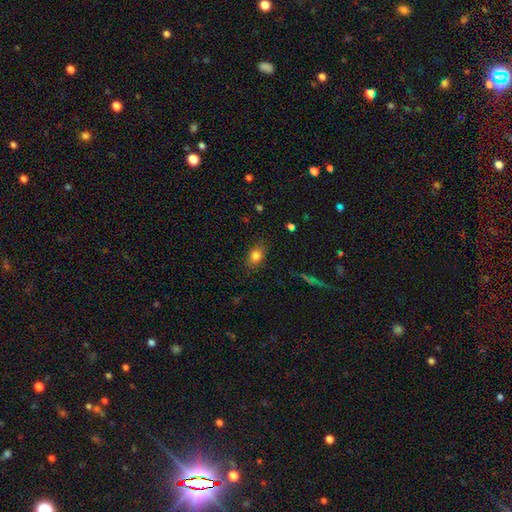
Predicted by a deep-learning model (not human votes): smooth 80%, star or artifact 11%, featured or disk 9%. Down the decision tree: how rounded — in between (72%); merging — none (82%).